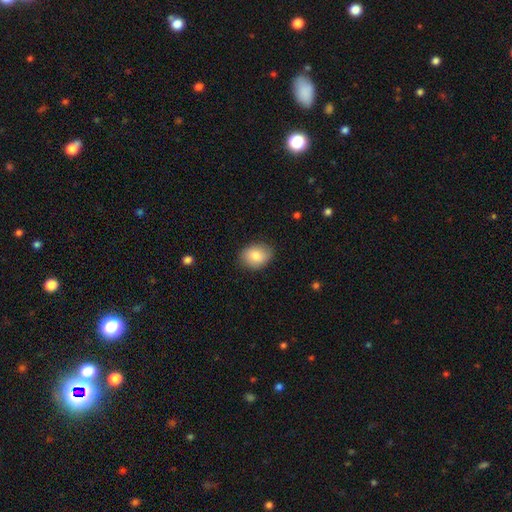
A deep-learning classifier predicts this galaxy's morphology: The model was most divided on "how rounded": in between: 64%, round: 35%, cigar-shaped: 1%. More confident: merging — none (84%); smooth or featured — smooth (83%).